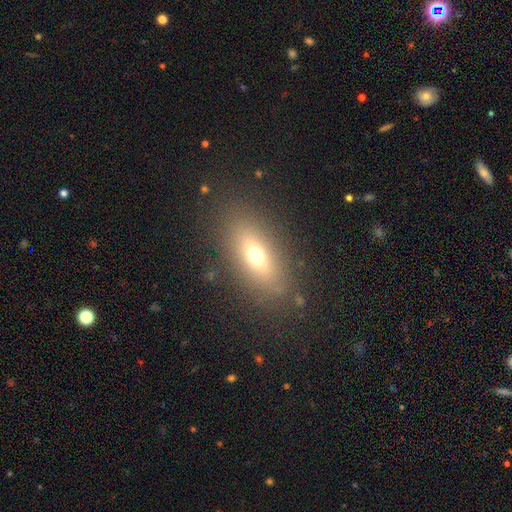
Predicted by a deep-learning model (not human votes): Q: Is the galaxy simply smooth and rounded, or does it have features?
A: smooth — 62%.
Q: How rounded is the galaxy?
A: in between — 73%.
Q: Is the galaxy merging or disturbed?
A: none — 84%.